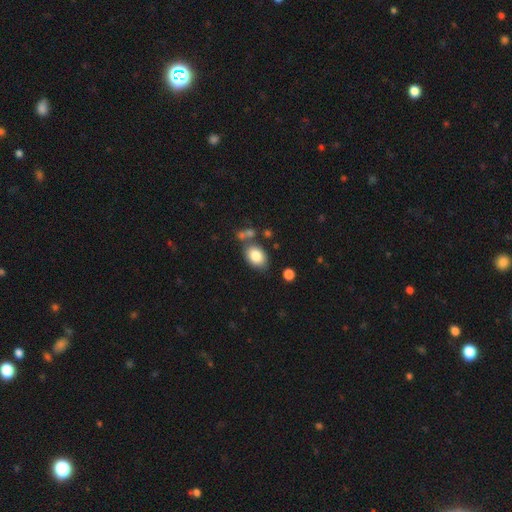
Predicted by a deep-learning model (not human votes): A smooth galaxy with no disk features (83%) that is in between round and cigar-shaped (78%). Merging: none (66%).